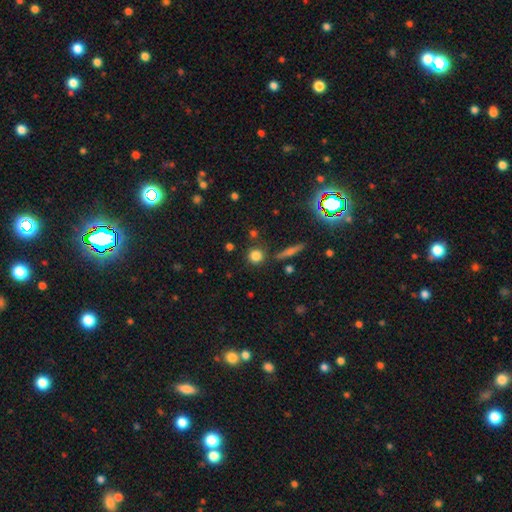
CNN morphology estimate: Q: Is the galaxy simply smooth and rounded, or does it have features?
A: smooth — 81%.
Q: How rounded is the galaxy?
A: round — 90%.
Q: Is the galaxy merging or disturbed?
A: none — 82%.